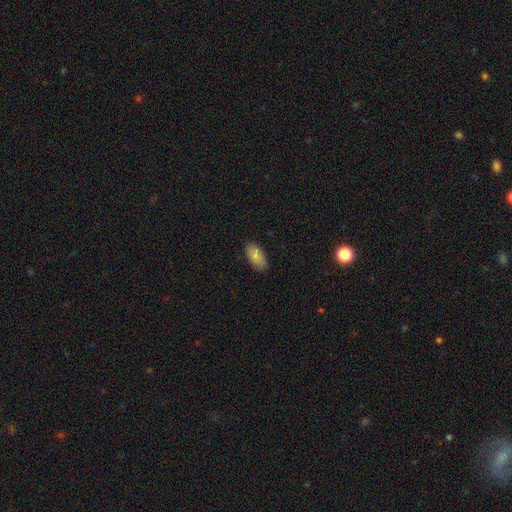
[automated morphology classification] Smooth or featured?
  - smooth: 83% *
  - featured or disk: 10%
  - star or artifact: 7%
How rounded?
  - in between: 93% *
  - round: 3%
  - cigar-shaped: 3%
Merging?
  - none: 85% *
  - minor disturbance: 12%
  - major disturbance: 2%
  - merger: 1%